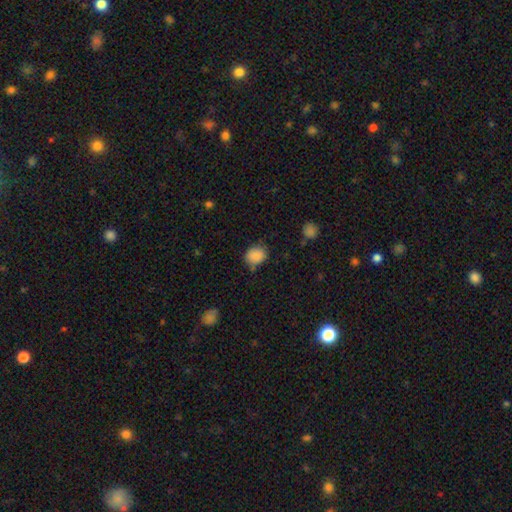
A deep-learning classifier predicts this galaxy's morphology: Overall: smooth (86%). How rounded: round (58%; in between 41%). Merging: none (71%).